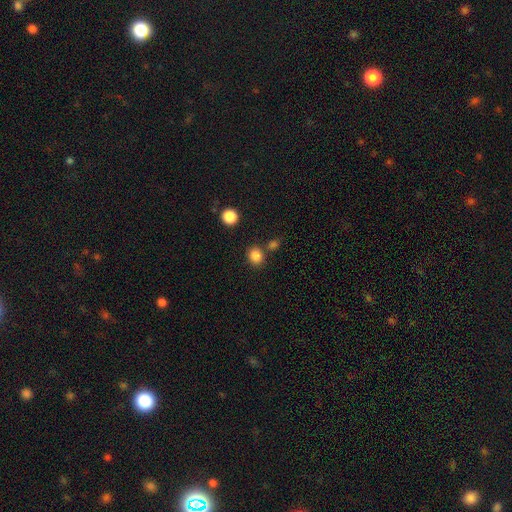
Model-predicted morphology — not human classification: This appears to be a smooth galaxy with no disk features (84%) that is round (74%). Merging: none (77%).